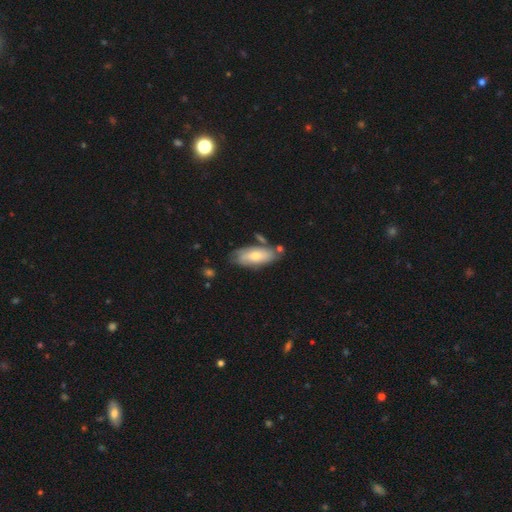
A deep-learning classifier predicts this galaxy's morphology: Smooth or featured?
  - smooth: 60% *
  - featured or disk: 34%
  - star or artifact: 6%
How rounded?
  - in between: 84% *
  - cigar-shaped: 14%
  - round: 2%
Merging?
  - none: 65% *
  - minor disturbance: 21%
  - merger: 9%
  - major disturbance: 5%